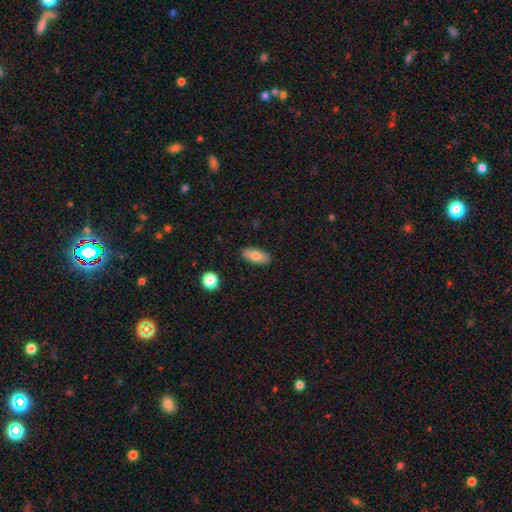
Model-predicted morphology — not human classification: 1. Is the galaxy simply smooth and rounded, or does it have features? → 76% smooth, 17% featured or disk, 7% star or artifact.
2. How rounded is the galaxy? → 83% in between, 14% cigar-shaped, 3% round.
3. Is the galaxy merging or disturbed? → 88% none, 8% minor disturbance, 2% major disturbance, 1% merger.